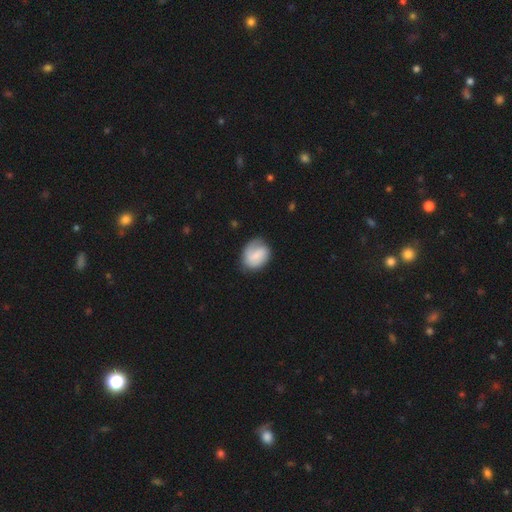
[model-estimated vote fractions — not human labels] This appears to be a smooth galaxy with no disk features (64%) that is round (52%). Merging: none (64%).